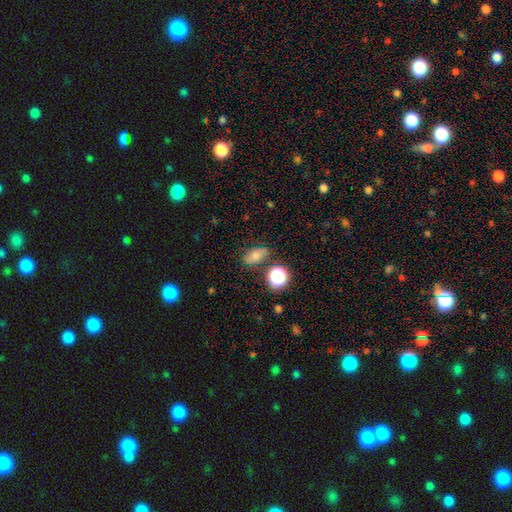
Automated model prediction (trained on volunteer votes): This appears to be a smooth galaxy with no disk features (69%) that is in between round and cigar-shaped (76%). Merging: none (75%).